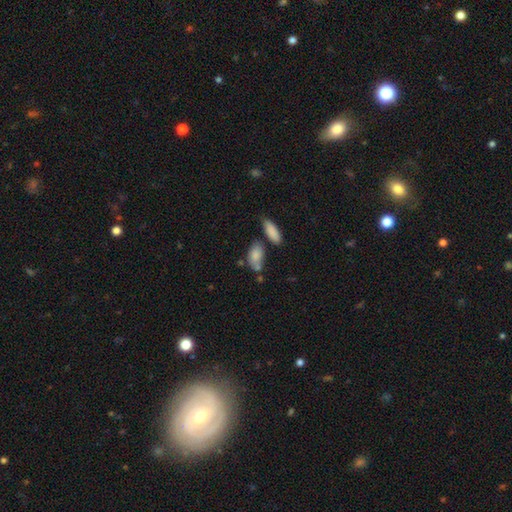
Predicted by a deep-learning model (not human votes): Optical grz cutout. It shows a smooth galaxy with no disk features (82%) that is in between round and cigar-shaped (88%). Merging: none (52%).